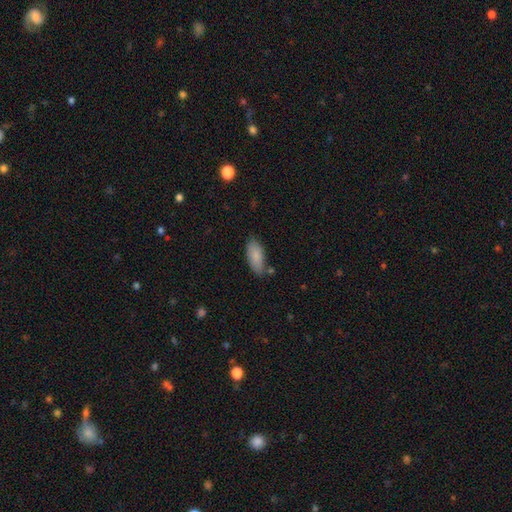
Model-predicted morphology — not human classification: A smooth galaxy with no disk features (85%) that is in between round and cigar-shaped (87%). Merging: none (73%).